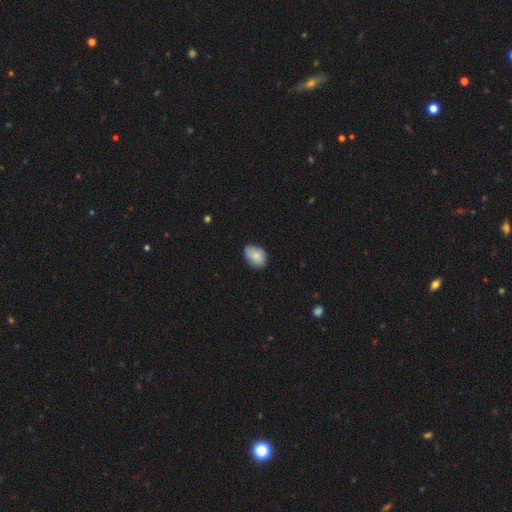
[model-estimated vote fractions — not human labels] Q: Smooth or featured?
A: smooth (83%); runner-up: featured or disk (10%)
Q: How rounded?
A: in between (77%); runner-up: round (22%)
Q: Merging?
A: none (72%); runner-up: minor disturbance (24%)